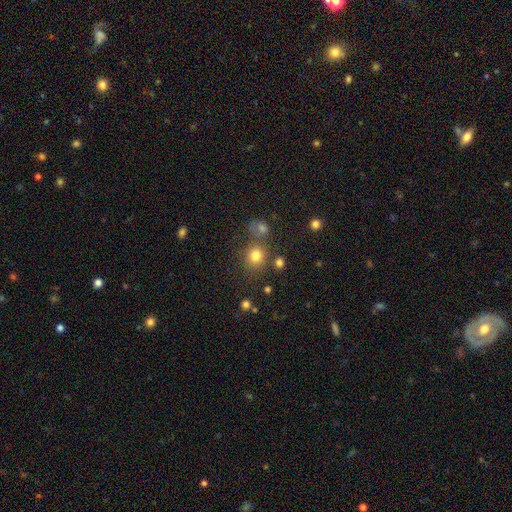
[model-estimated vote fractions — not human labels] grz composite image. It shows a smooth galaxy with no disk features (79%) that is round (84%). Merging: none (70%).